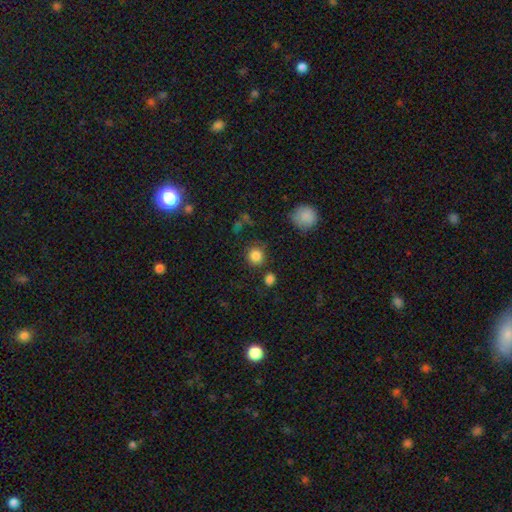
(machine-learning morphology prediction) Smooth or featured? Predicted: smooth (p=0.84). How rounded? Predicted: round (p=0.91). Merging? Predicted: none (p=0.81).